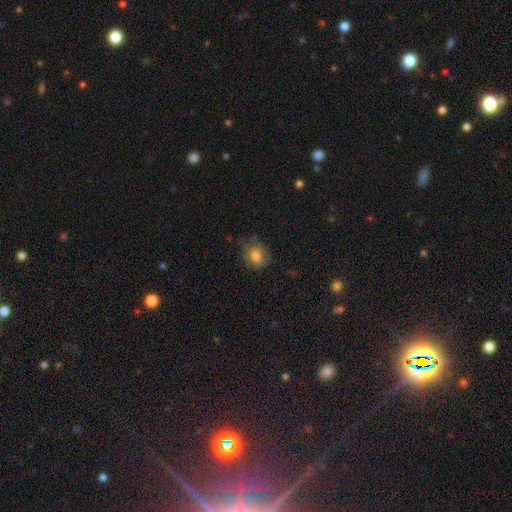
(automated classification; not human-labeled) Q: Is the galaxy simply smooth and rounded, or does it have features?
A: smooth — 77%.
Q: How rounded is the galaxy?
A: round — 60%.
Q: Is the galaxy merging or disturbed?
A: none — 67%.